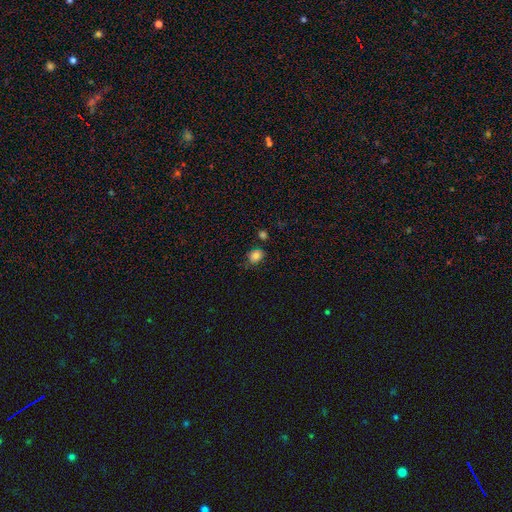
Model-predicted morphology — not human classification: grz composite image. It shows a smooth galaxy with no disk features (83%) that is in between round and cigar-shaped (53%). Merging: none (71%).